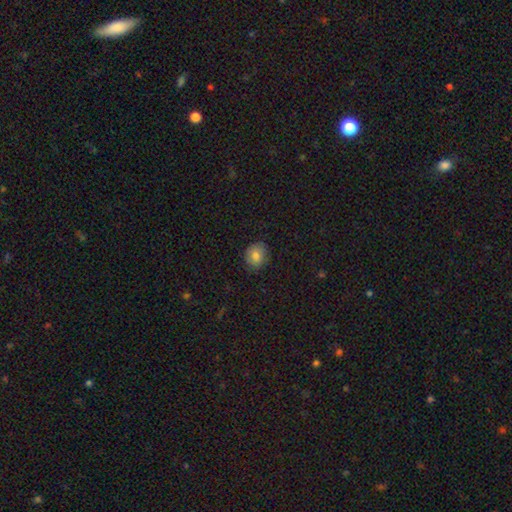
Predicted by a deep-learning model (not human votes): smooth 82%, star or artifact 9%, featured or disk 9%. Down the decision tree: how rounded — round (58%); merging — none (83%).